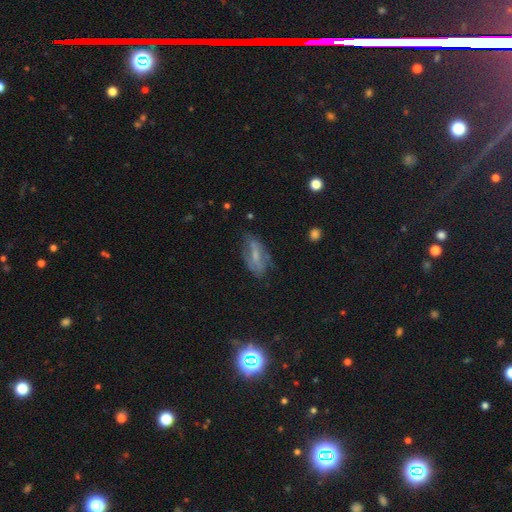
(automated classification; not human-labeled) The model was most divided on "smooth or featured": featured or disk: 50%, smooth: 39%, star or artifact: 11%. More confident: merging — none (61%).